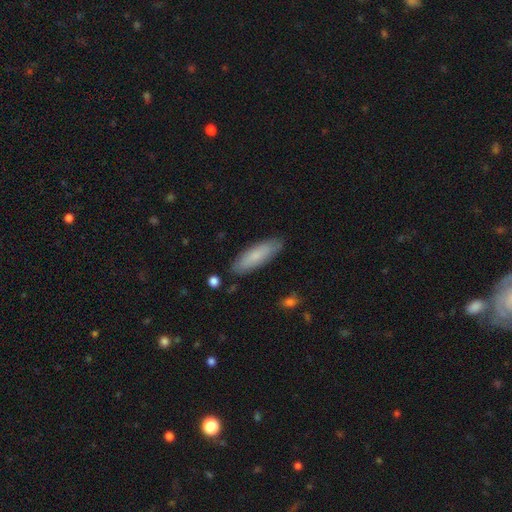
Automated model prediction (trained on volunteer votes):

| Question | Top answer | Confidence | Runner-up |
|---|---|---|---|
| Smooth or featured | smooth | 79% | featured or disk (15%) |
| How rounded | cigar-shaped | 57% | in between (41%) |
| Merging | none | 87% | minor disturbance (10%) |